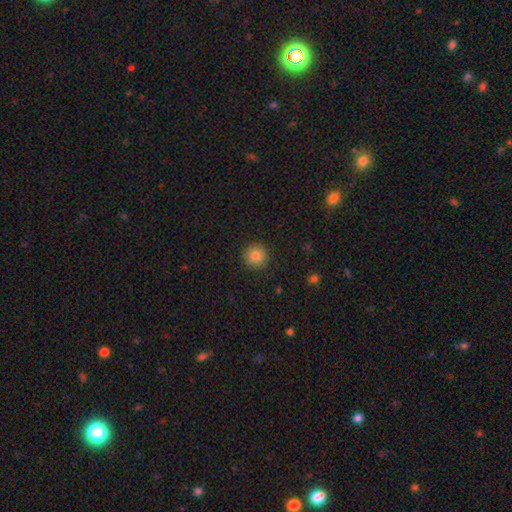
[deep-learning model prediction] A smooth galaxy with no disk features (84%) that is round (94%). Merging: none (90%).